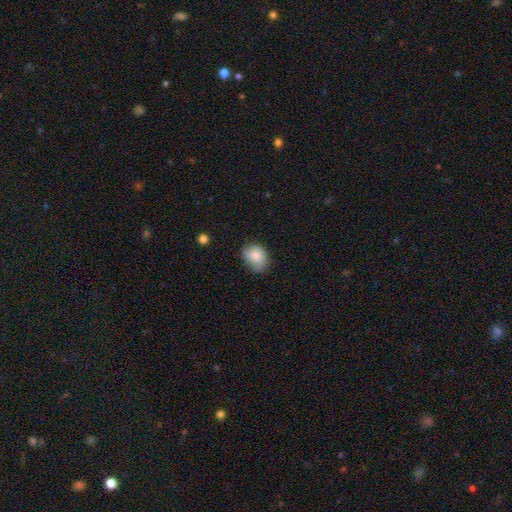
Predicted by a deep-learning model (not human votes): Smooth or featured? smooth (80%)
How rounded? in between (61%)
Merging? none (61%)